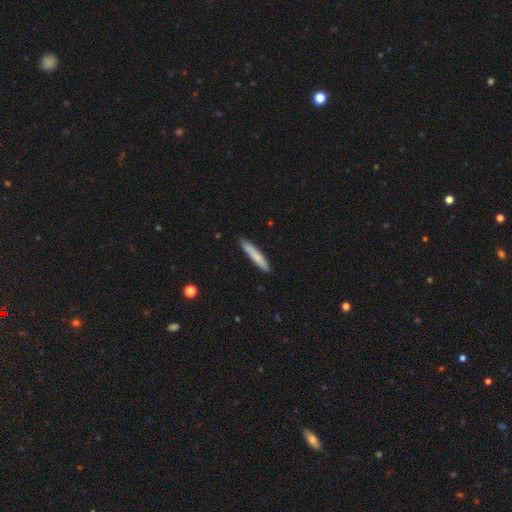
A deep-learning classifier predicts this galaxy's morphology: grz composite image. It shows a smooth galaxy with no disk features (77%) that is cigar-shaped (93%). Merging: none (86%).